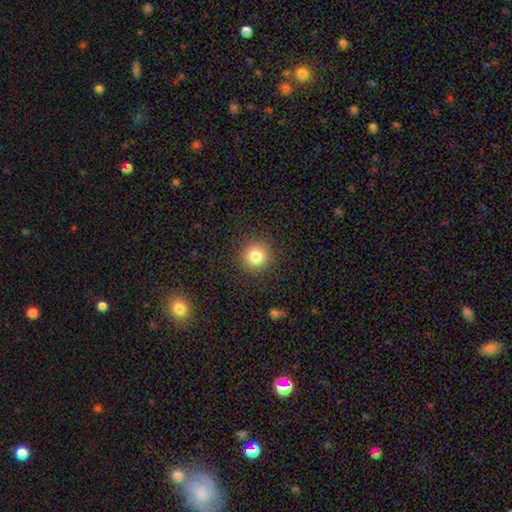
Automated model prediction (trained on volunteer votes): The model was most divided on "smooth or featured": smooth: 82%, star or artifact: 11%, featured or disk: 6%. More confident: how rounded — round (94%); merging — none (90%).